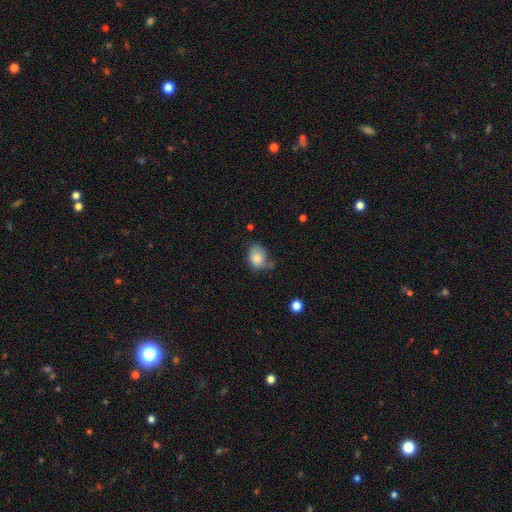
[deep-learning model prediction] A smooth galaxy with no disk features (81%) that is in between round and cigar-shaped (62%). Merging: none (43%).